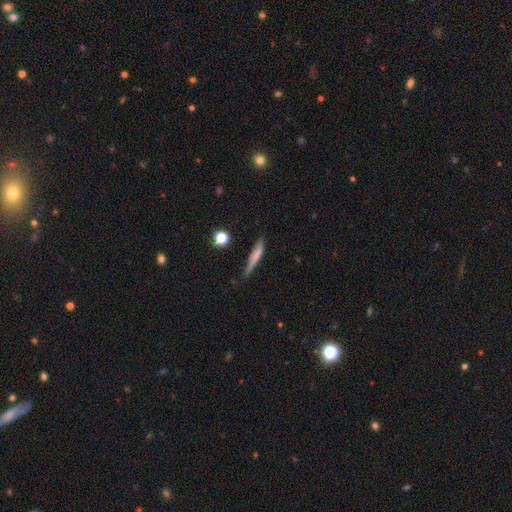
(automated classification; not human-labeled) A smooth galaxy with no disk features (64%) that is cigar-shaped (90%). Merging: none (66%).